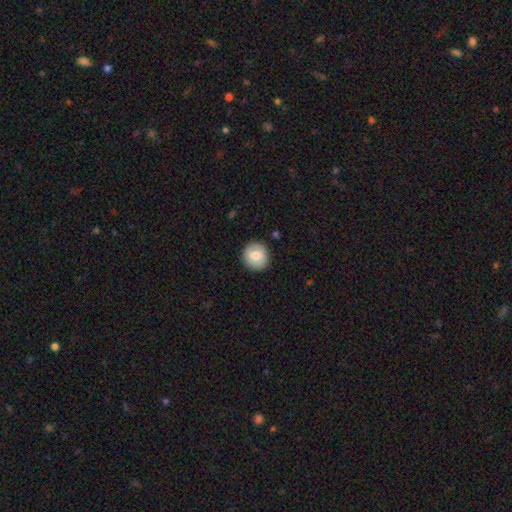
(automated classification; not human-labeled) Smooth or featured?
  - smooth: 75% *
  - featured or disk: 18%
  - star or artifact: 7%
How rounded?
  - round: 90% *
  - in between: 9%
  - cigar-shaped: 1%
Merging?
  - none: 89% *
  - minor disturbance: 8%
  - major disturbance: 2%
  - merger: 1%